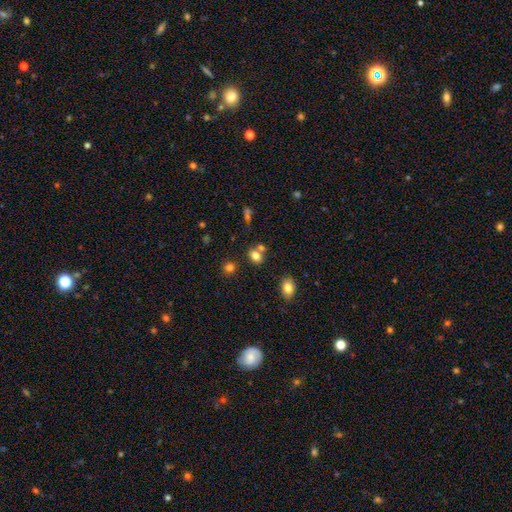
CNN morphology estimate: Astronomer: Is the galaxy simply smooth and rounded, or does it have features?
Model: smooth — 78%.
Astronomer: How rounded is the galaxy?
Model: in between — 51% (runner-up: round, 48%).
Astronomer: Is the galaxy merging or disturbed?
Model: none — 56%.